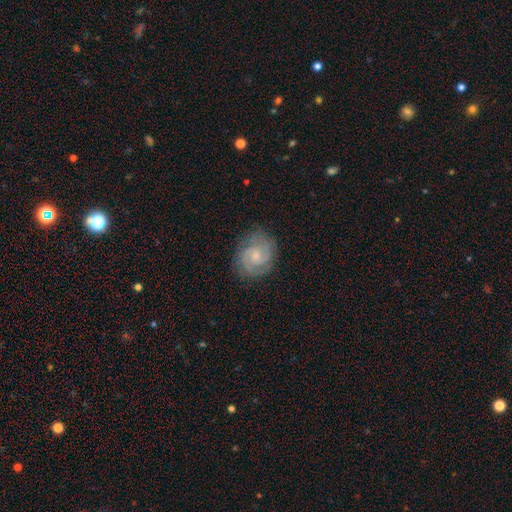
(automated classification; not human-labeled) Q: Smooth or featured?
A: featured or disk (85%); runner-up: smooth (10%)
Q: Edge-on disk?
A: no (98%); runner-up: yes (2%)
Q: Bar?
A: no (60%); runner-up: weak (35%)
Q: Spiral arms?
A: yes (98%); runner-up: no (2%)
Q: Spiral winding?
A: tight (61%); runner-up: medium (34%)
Q: Spiral arm count?
A: 2 (72%); runner-up: 3 (13%)
Q: Bulge size?
A: small (68%); runner-up: moderate (23%)
Q: Merging?
A: none (83%); runner-up: minor disturbance (12%)